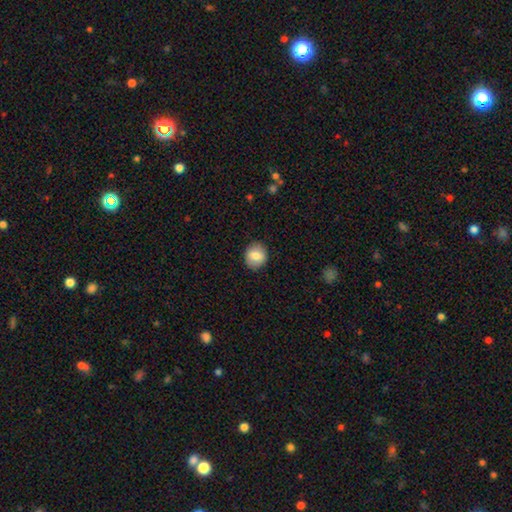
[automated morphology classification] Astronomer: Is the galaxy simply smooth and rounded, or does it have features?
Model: smooth — 78%.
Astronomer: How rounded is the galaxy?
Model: round — 75%.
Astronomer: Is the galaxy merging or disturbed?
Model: none — 88%.